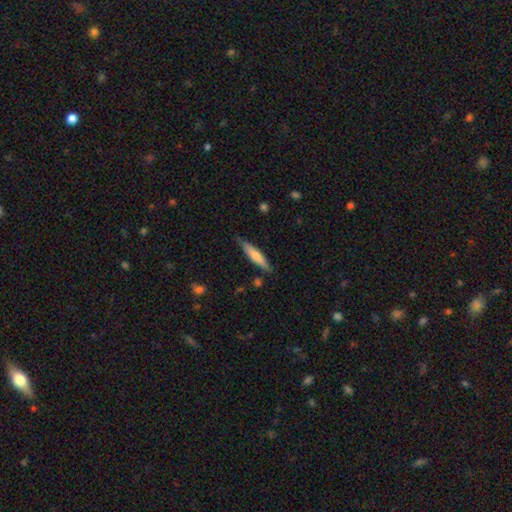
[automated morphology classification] Smooth or featured?
  - smooth: 60% *
  - featured or disk: 35%
  - star or artifact: 6%
How rounded?
  - cigar-shaped: 85% *
  - in between: 14%
  - round: 1%
Merging?
  - none: 82% *
  - minor disturbance: 14%
  - major disturbance: 2%
  - merger: 2%